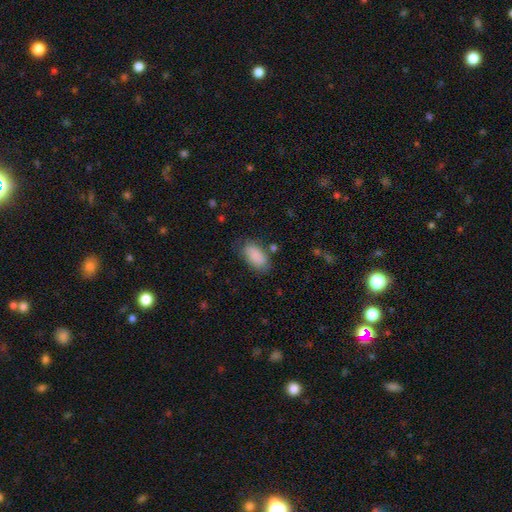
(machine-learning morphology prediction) This is clearly a smooth galaxy (88%). How rounded: clearly in between (93%). Merging: likely none (72%).